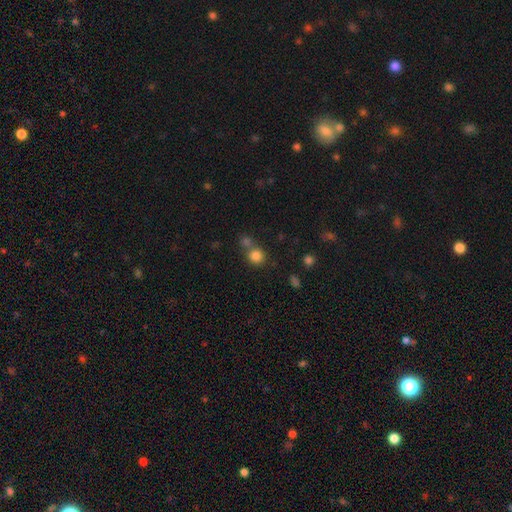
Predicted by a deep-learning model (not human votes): The model was most divided on "merging": none: 60%, merger: 28%, minor disturbance: 8%, major disturbance: 4%. More confident: how rounded — round (88%); smooth or featured — smooth (82%).